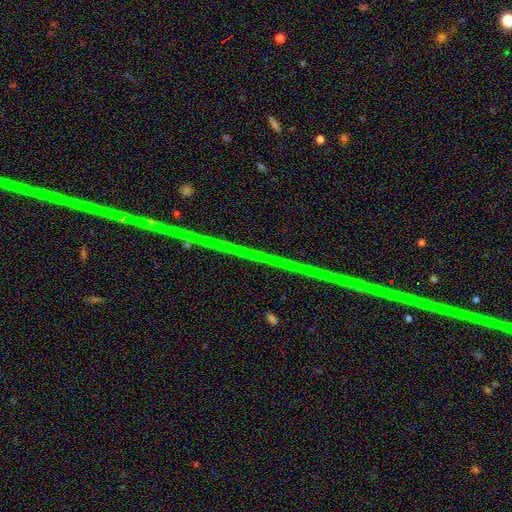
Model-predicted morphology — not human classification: star or artifact 76%, featured or disk 16%, smooth 9%.